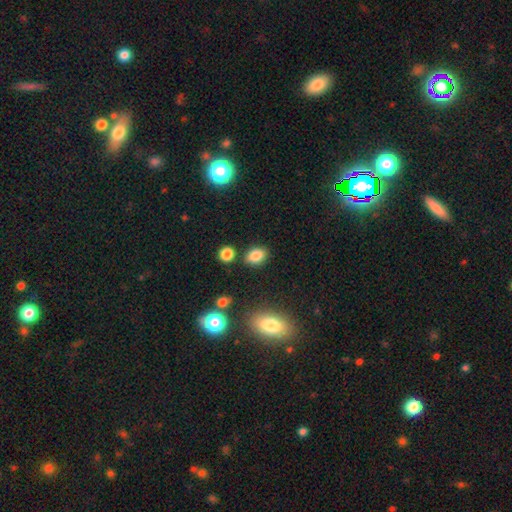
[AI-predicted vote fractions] Smooth or featured: smooth — 84% (star or artifact — 11%)
How rounded: in between — 76% (round — 22%)
Merging: none — 82% (minor disturbance — 10%)